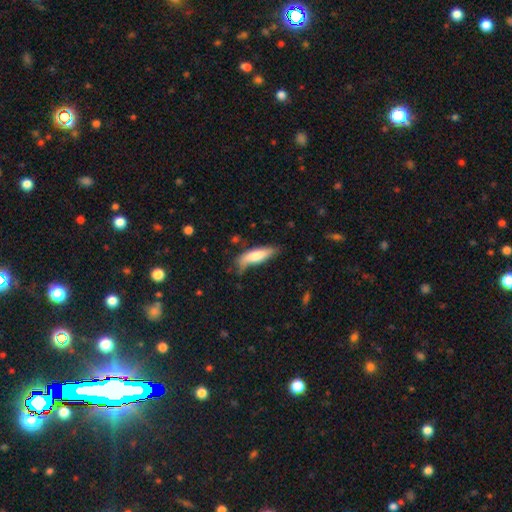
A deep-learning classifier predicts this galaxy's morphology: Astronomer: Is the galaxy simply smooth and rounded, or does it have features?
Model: smooth — 73%.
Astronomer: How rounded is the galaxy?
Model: cigar-shaped — 54% (runner-up: in between, 44%).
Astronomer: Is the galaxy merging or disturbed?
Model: none — 56% (runner-up: minor disturbance, 31%).